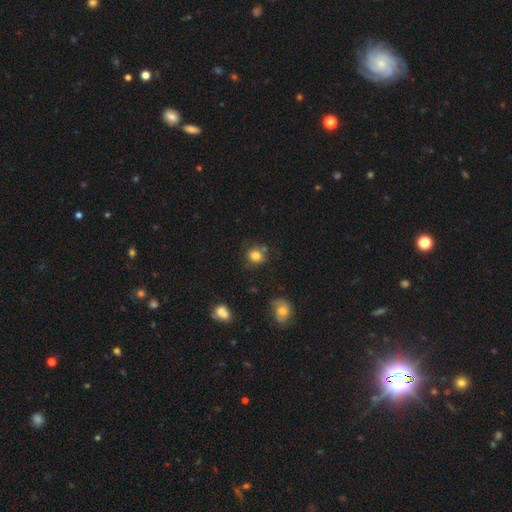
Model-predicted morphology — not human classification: This is clearly a smooth galaxy (80%). How rounded: likely round (75%). Merging: likely none (66%).